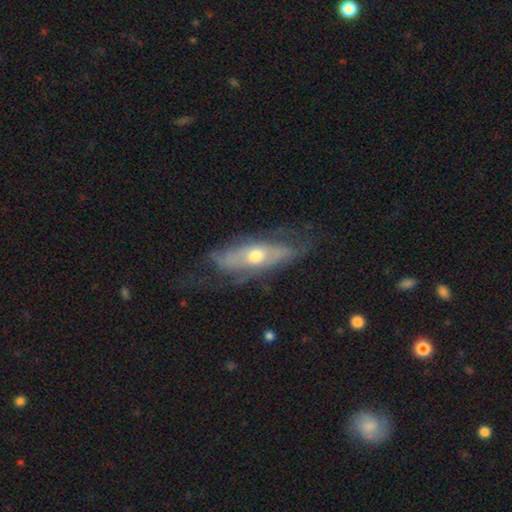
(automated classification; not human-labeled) The model was most divided on "merging": none: 57%, minor disturbance: 24%, major disturbance: 17%, merger: 2%. More confident: bar — no (75%); bulge size — moderate (73%); edge-on disk — no (73%); smooth or featured — featured or disk (71%); spiral arms — yes (68%).